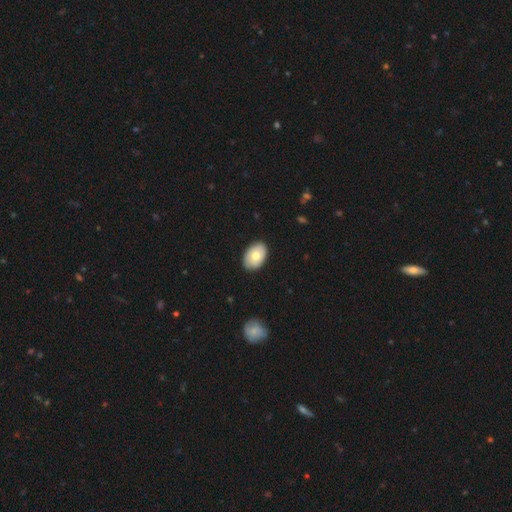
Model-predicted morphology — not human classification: smooth 65%, featured or disk 29%, star or artifact 6%. Down the decision tree: how rounded — in between (87%); merging — none (85%).